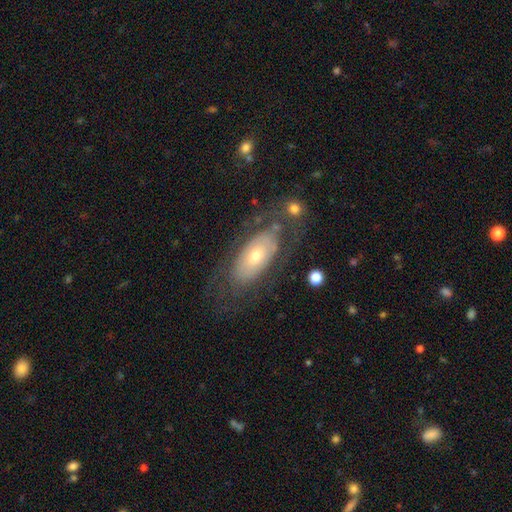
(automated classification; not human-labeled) featured or disk 57%, smooth 37%, star or artifact 7%. Down the decision tree: edge-on disk — no (87%); merging — none (65%).